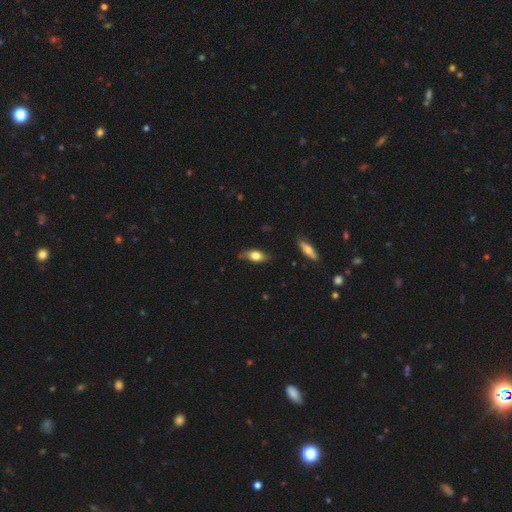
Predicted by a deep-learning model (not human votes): A smooth galaxy with no disk features (70%) that is in between round and cigar-shaped (80%).

Vote fractions:
- Smooth or featured? smooth: 70% / featured or disk: 23% / star or artifact: 7%
- How rounded? in between: 80% / cigar-shaped: 13% / round: 6%
- Merging? none: 73% / minor disturbance: 21% / major disturbance: 4% / merger: 2%